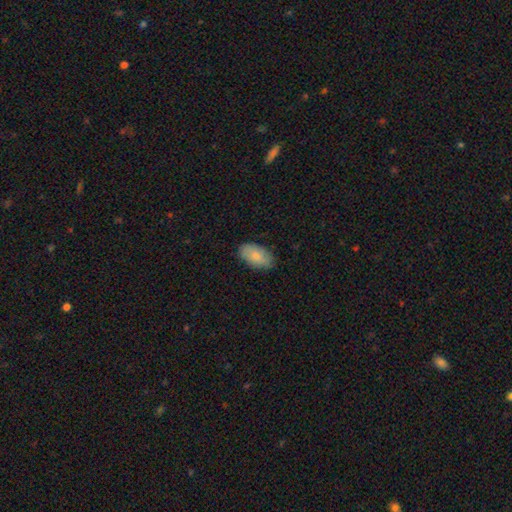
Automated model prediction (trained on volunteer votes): A smooth galaxy with no disk features (82%) that is in between round and cigar-shaped (95%). Merging: none (83%).